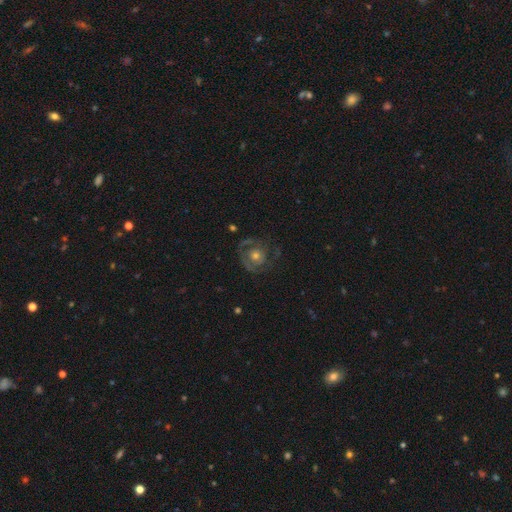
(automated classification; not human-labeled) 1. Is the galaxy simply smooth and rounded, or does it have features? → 72% featured or disk, 19% smooth, 9% star or artifact.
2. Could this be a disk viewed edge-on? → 97% no, 3% yes.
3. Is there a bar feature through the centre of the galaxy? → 83% no, 14% weak, 3% strong.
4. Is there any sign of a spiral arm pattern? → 74% yes, 26% no.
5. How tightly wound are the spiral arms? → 57% tight, 31% medium, 12% loose.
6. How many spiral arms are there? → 33% 2 (tied), 33% can't tell (tied), 16% 1, 11% 3, 4% 4, 4% more than 4.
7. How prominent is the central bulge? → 63% moderate, 27% small, 6% large, 2% none, 1% dominant.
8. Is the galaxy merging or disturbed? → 65% none, 18% minor disturbance, 16% major disturbance, 2% merger.